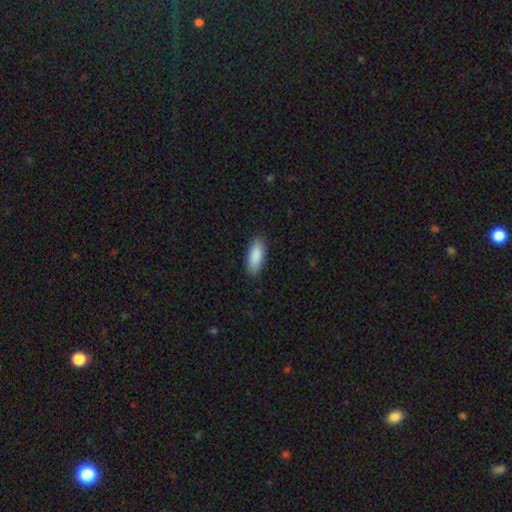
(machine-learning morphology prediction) smooth 90%, star or artifact 5%, featured or disk 5%. Down the decision tree: how rounded — in between (78%); merging — none (89%).